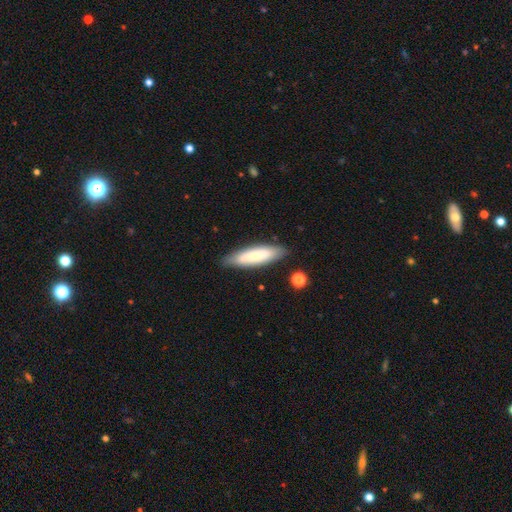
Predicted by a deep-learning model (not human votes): The model was most divided on "how rounded": cigar-shaped: 65%, in between: 33%, round: 1%. More confident: merging — none (82%); smooth or featured — smooth (73%).